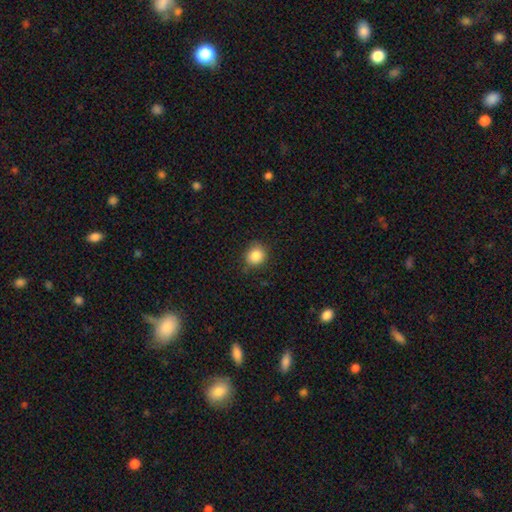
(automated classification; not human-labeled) smooth 85%, star or artifact 10%, featured or disk 5%. Down the decision tree: how rounded — round (83%); merging — none (80%).